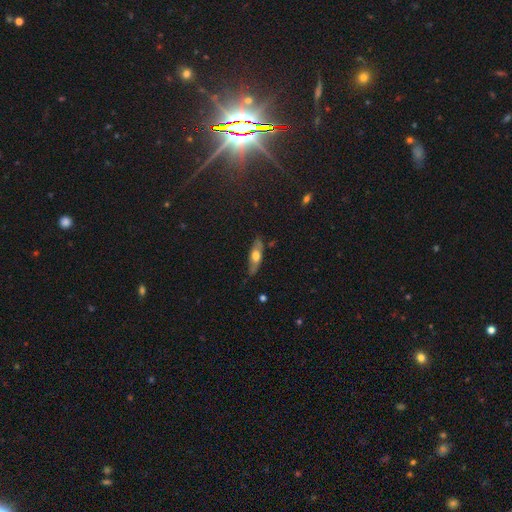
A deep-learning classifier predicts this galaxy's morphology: A smooth galaxy with no disk features (47%). Merging: none (75%).